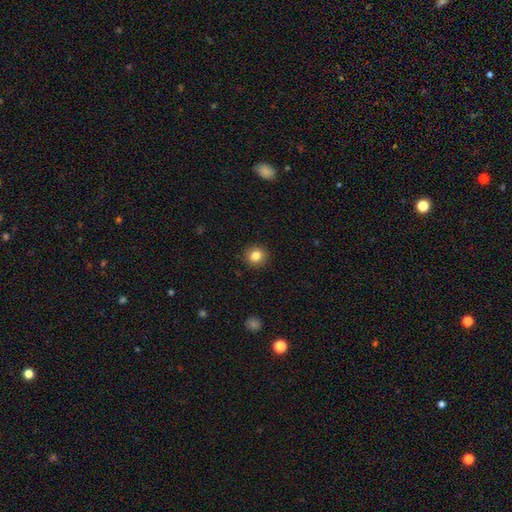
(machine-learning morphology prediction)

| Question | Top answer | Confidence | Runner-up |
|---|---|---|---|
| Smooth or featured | smooth | 83% | star or artifact (11%) |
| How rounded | round | 88% | in between (11%) |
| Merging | none | 92% | minor disturbance (6%) |